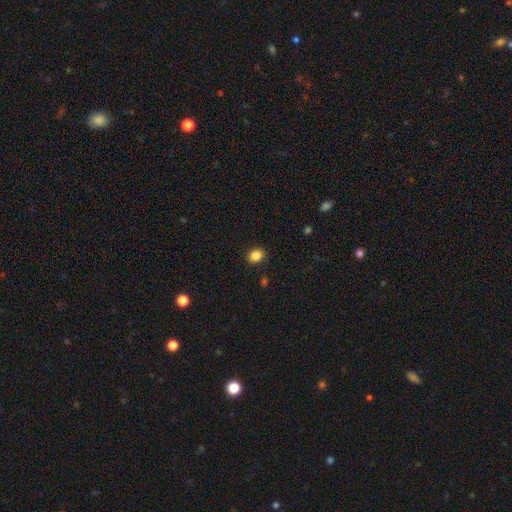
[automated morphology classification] Smooth or featured? smooth (86%)
How rounded? round (51%)
Merging? none (89%)